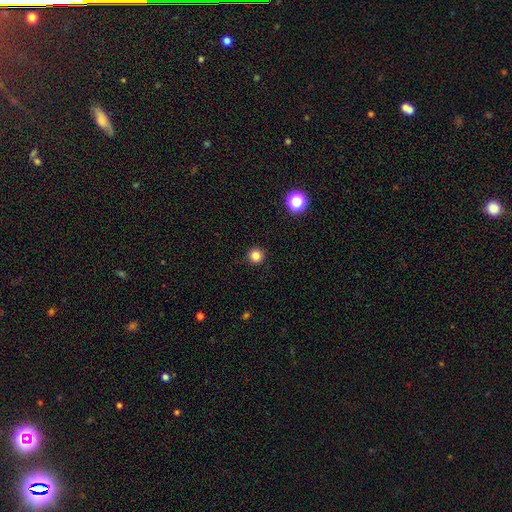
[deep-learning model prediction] Morphology: type=smooth (83%); roundness=round (96%); merging=none (92%).